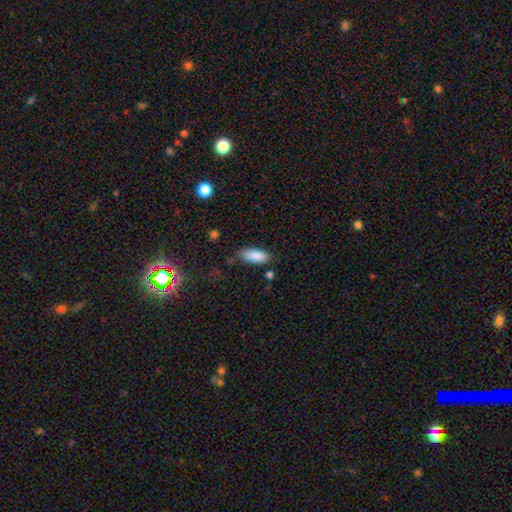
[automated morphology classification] smooth 87%, star or artifact 7%, featured or disk 6%. Down the decision tree: how rounded — in between (81%); merging — none (67%).